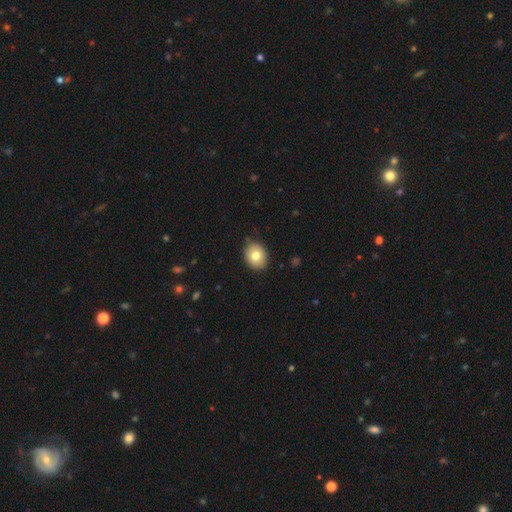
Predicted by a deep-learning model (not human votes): smooth 77%, featured or disk 14%, star or artifact 8%. Down the decision tree: how rounded — in between (51%); merging — none (87%).